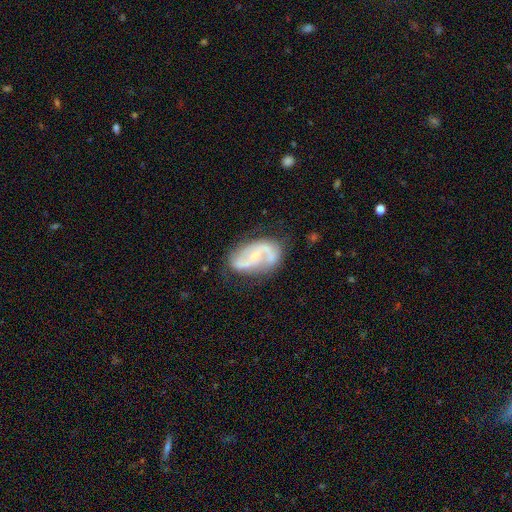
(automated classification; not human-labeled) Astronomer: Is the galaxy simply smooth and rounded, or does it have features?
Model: featured or disk — 84%.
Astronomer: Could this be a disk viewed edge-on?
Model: no — 97%.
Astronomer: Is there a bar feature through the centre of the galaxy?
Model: no — 41%, tied with weak at 41%.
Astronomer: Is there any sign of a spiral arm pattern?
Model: yes — 94%.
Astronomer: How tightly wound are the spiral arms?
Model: medium — 46% (runner-up: loose, 36%).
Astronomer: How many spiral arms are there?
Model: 2 — 86%.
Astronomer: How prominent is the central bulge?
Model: small — 63%.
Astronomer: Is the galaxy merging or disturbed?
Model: none — 67%.